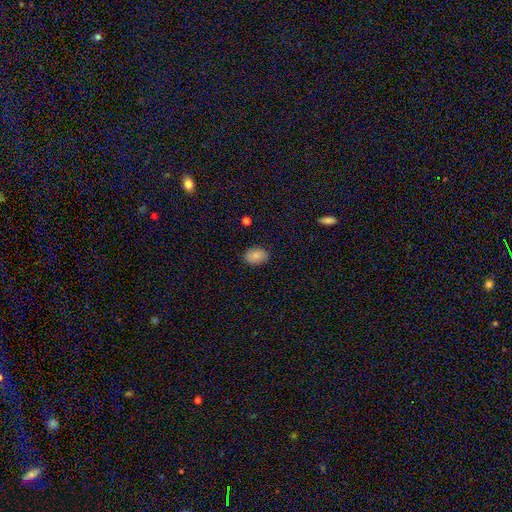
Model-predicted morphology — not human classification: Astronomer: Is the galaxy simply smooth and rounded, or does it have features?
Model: smooth — 82%.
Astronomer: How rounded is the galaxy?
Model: in between — 80%.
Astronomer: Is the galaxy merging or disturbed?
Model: none — 86%.